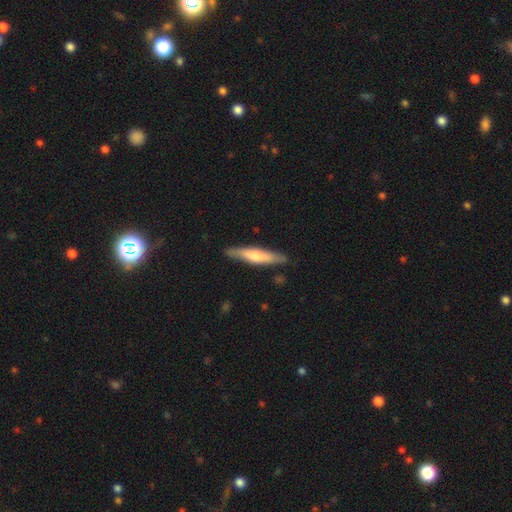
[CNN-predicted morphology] Overall: smooth (49%; featured or disk 45%). Merging: none (86%).